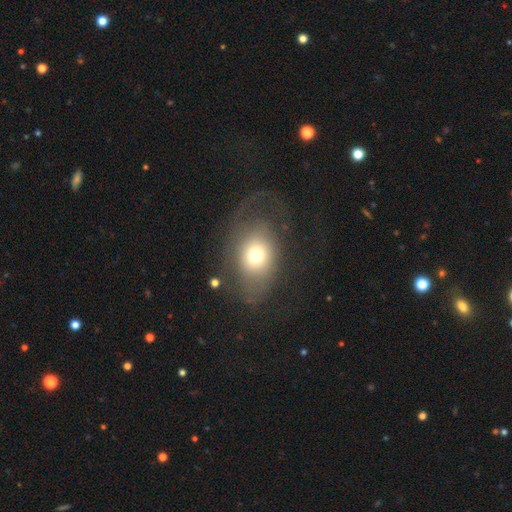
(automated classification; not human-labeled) A smooth galaxy with no disk features (64%) that is in between round and cigar-shaped (53%). Merging: none (45%).